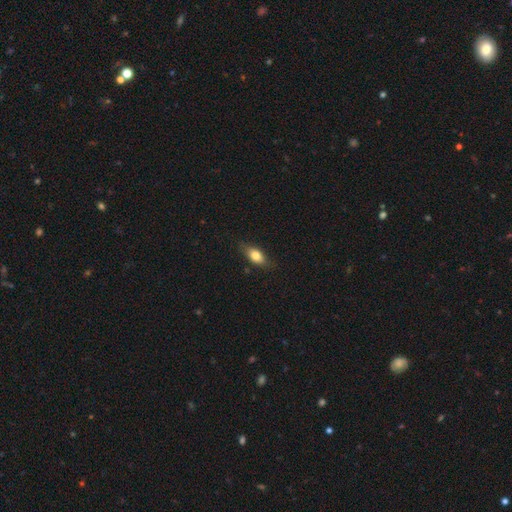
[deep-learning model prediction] A smooth galaxy with no disk features (75%) that is in between round and cigar-shaped (80%).

Vote fractions:
- Smooth or featured? smooth: 75% / featured or disk: 17% / star or artifact: 8%
- How rounded? in between: 80% / cigar-shaped: 11% / round: 8%
- Merging? none: 76% / minor disturbance: 19% / major disturbance: 4% / merger: 1%